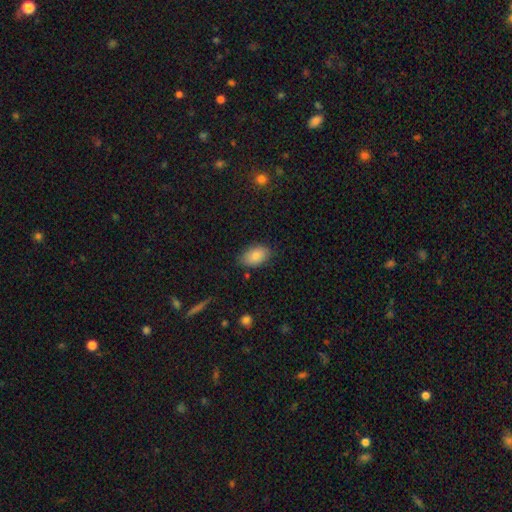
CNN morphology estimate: smooth 84%, featured or disk 8%, star or artifact 7%. Down the decision tree: how rounded — in between (90%); merging — none (80%).